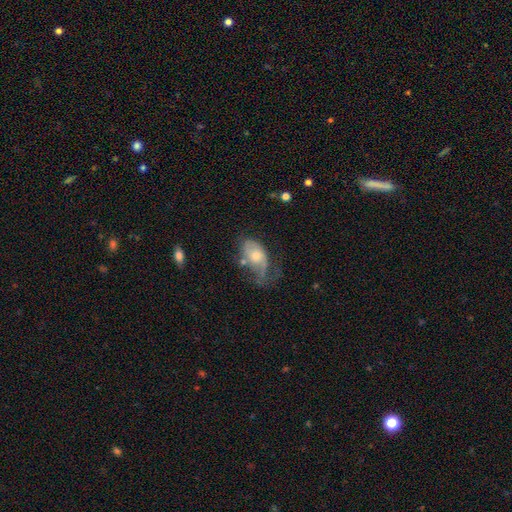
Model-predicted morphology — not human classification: This appears to be a featured or disk galaxy (47%). Merging: major disturbance (41%).